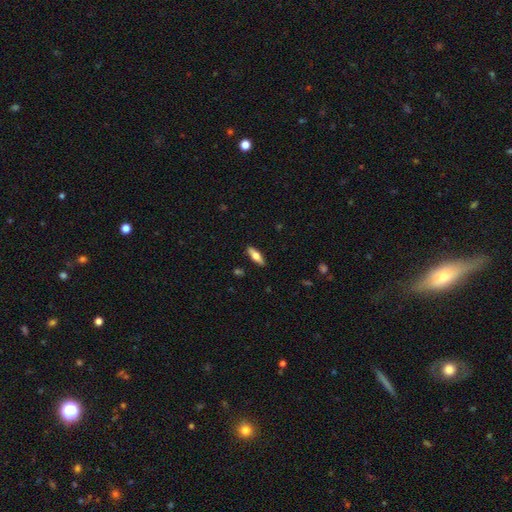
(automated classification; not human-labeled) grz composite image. It shows a smooth galaxy with no disk features (62%) that is in between round and cigar-shaped (57%). Merging: none (89%).